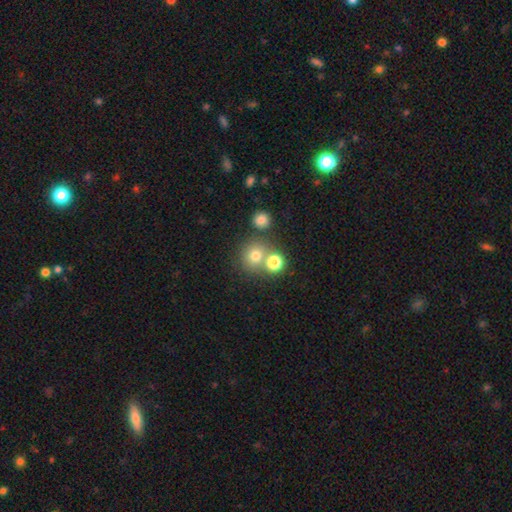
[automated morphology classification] Smooth or featured? Predicted: smooth (p=0.72). How rounded? Predicted: round (p=0.87). Merging? Predicted: none (p=0.64).